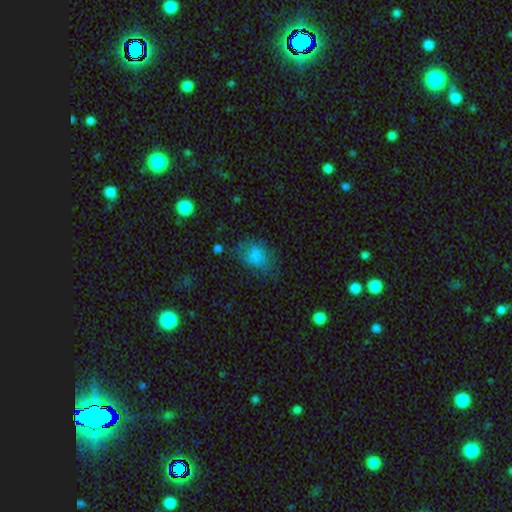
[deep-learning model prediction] Morphology: type=smooth (78%); roundness=in between (70%); merging=none (55%).